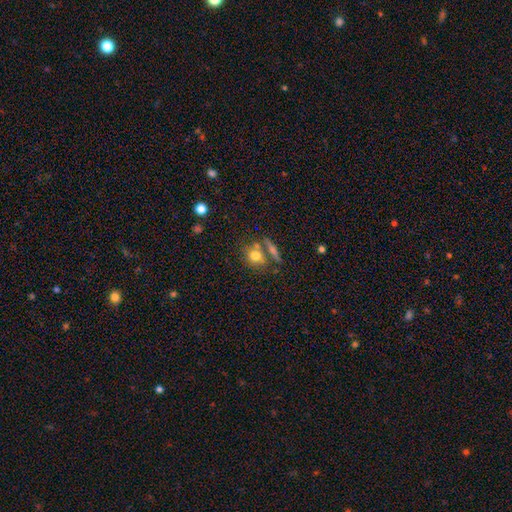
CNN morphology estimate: This is likely a smooth galaxy (74%). How rounded: likely round (68%). Merging: possibly none (57%).